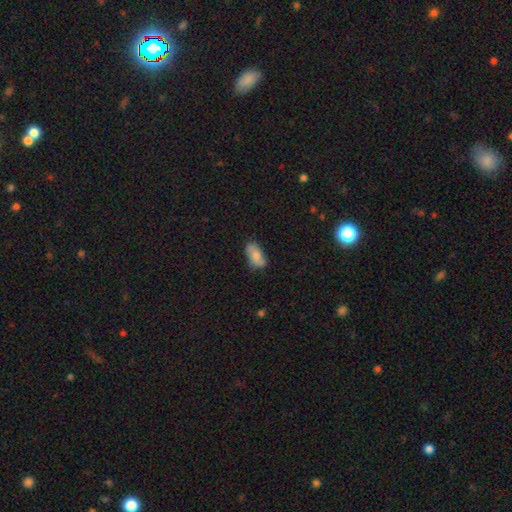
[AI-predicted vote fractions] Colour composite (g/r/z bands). It shows a smooth galaxy with no disk features (78%) that is in between round and cigar-shaped (91%). Merging: none (67%).